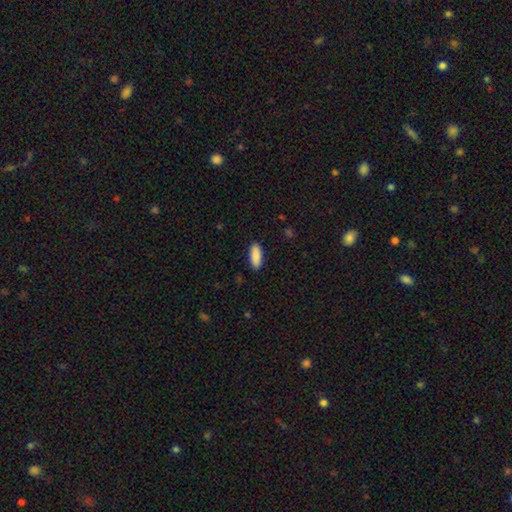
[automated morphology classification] This appears to be a smooth galaxy with no disk features (90%) that is in between round and cigar-shaped (75%). Merging: none (90%).